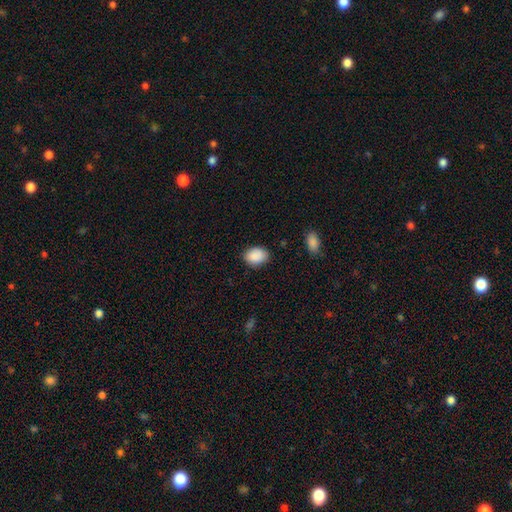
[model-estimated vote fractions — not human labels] Q: Smooth or featured?
A: smooth (90%); runner-up: star or artifact (7%)
Q: How rounded?
A: in between (72%); runner-up: round (27%)
Q: Merging?
A: none (82%); runner-up: minor disturbance (13%)